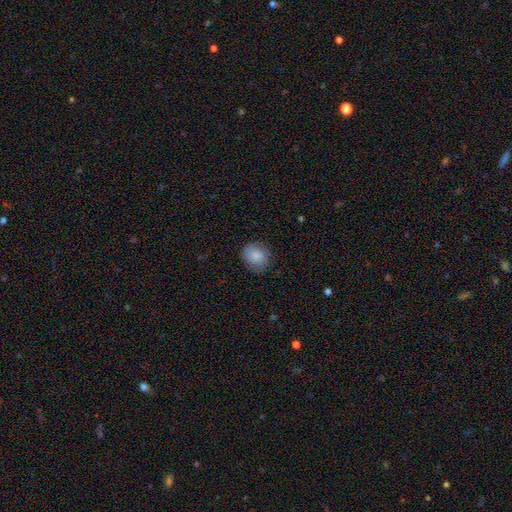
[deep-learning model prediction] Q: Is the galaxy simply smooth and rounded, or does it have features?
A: smooth — 81%.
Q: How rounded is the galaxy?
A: round — 73%.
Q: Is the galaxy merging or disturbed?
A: none — 80%.